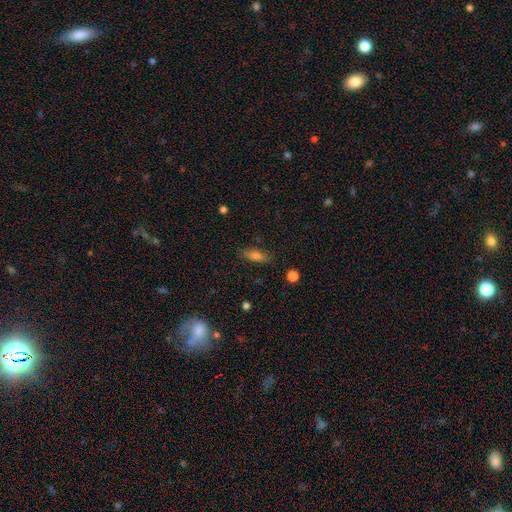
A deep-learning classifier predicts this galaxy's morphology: smooth-or-featured: smooth: 67% | featured or disk: 23% | star or artifact: 10%
  how-rounded: in between: 52% | cigar-shaped: 44% | round: 4%
  merging: none: 83% | minor disturbance: 13% | major disturbance: 3% | merger: 2%